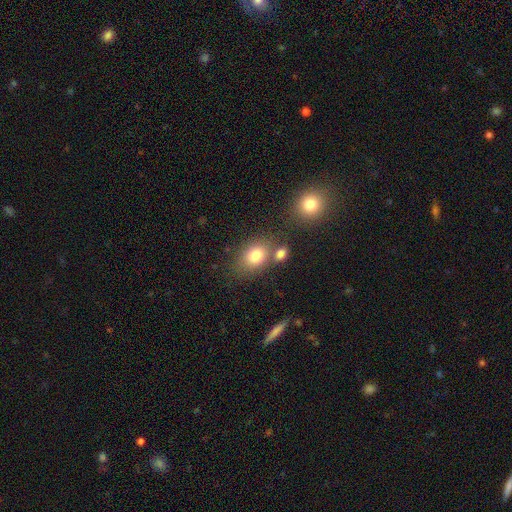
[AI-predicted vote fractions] Q: Smooth or featured?
A: smooth (79%); runner-up: star or artifact (11%)
Q: How rounded?
A: in between (63%); runner-up: round (36%)
Q: Merging?
A: none (61%); runner-up: merger (21%)